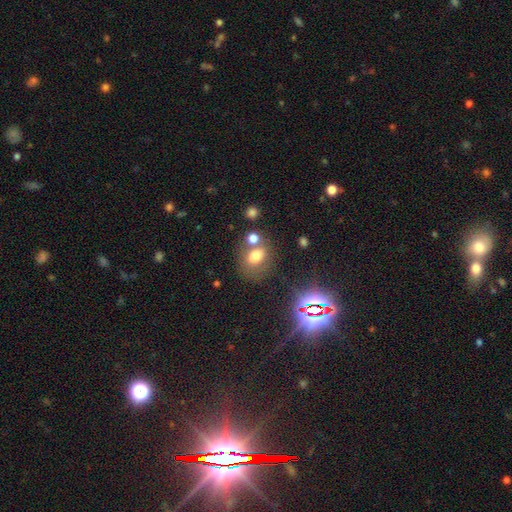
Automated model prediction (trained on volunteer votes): This is likely a smooth galaxy (69%). How rounded: possibly in between (55%). Merging: possibly none (55%).